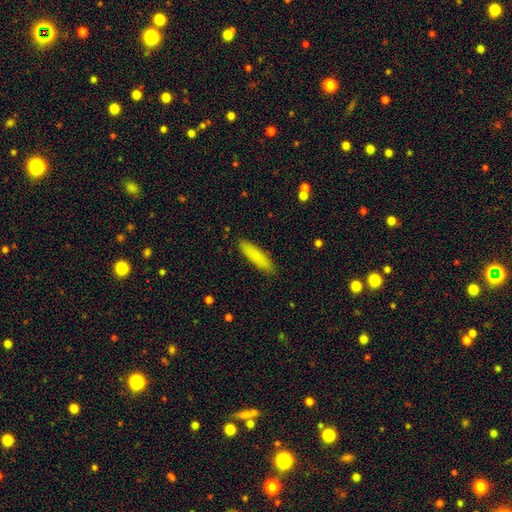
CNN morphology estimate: Overall: smooth (84%). How rounded: cigar-shaped (82%). Merging: none (89%).